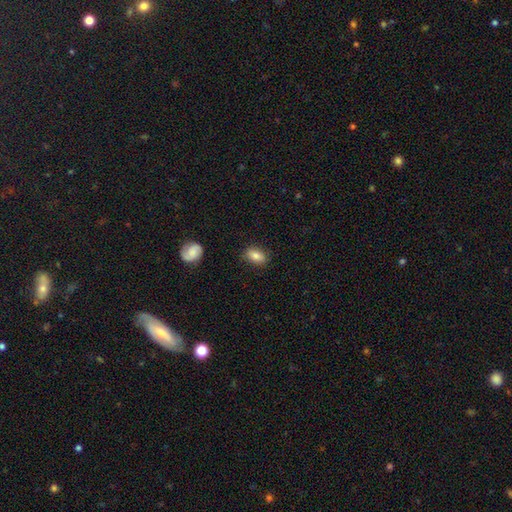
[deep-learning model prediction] Morphology: type=smooth (82%); roundness=in between (86%); merging=none (83%).